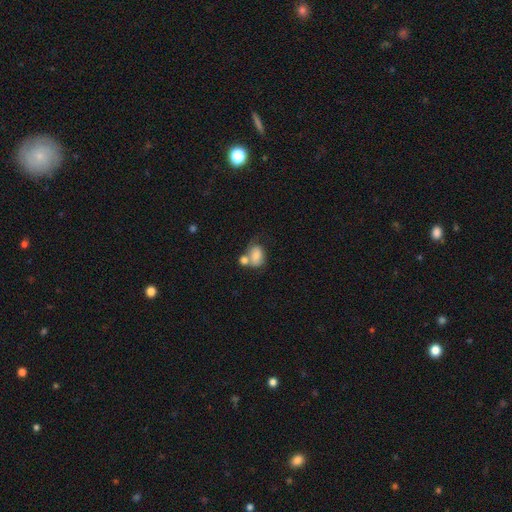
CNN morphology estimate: Smooth or featured: smooth — 71% (featured or disk — 21%)
How rounded: in between — 72% (round — 27%)
Merging: merger — 47% (none — 24%)